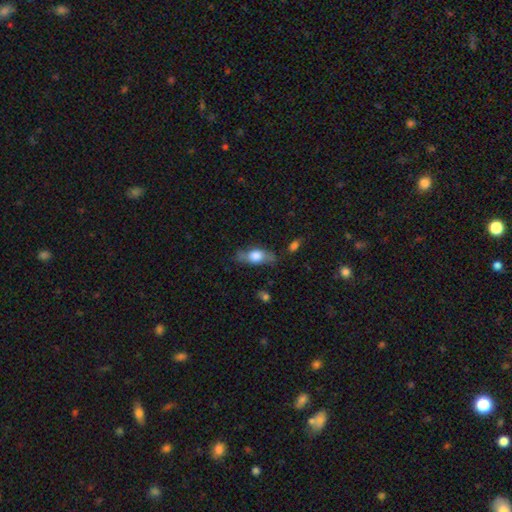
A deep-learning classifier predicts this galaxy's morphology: A smooth galaxy with no disk features (62%) that is in between round and cigar-shaped (74%). Merging: none (65%).